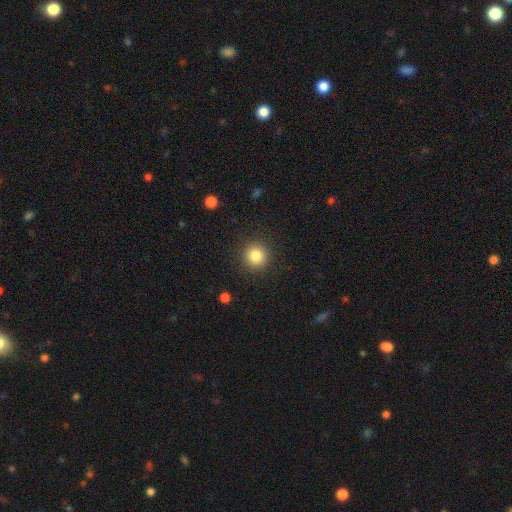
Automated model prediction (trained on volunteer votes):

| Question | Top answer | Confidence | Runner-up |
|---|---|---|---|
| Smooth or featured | smooth | 84% | star or artifact (10%) |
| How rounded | round | 94% | in between (5%) |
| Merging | none | 90% | minor disturbance (6%) |